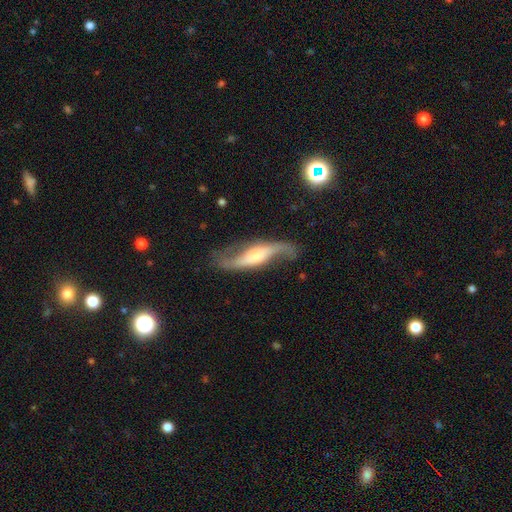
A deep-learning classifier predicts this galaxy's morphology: This is clearly a featured or disk galaxy (83%). It is clearly not viewed edge-on (82%). Bar: marginally no (39%). Spiral arm pattern: clearly yes (95%). Spiral arm count: clearly 2 (92%). Spiral winding: clearly loose (87%). Central bulge: marginally small (36%). Merging: likely none (69%).